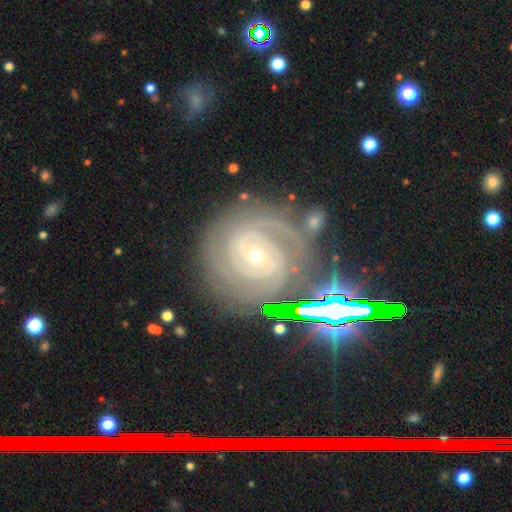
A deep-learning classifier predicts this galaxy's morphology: A featured or disk galaxy (86%) with no bar (66%), 2 (41%) tight (81%) spiral arms (97%) and a small central bulge (68%). Merging: none (73%).